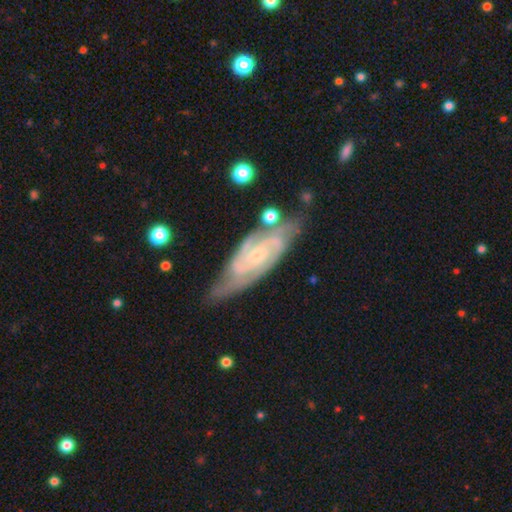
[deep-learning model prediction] featured or disk 90%, smooth 6%, star or artifact 4%. Down the decision tree: edge-on disk — no (93%); bar — no (51%); spiral arms — yes (98%); spiral arm count — 2 (61%); spiral winding — tight (58%); bulge size — small (71%); merging — none (69%).